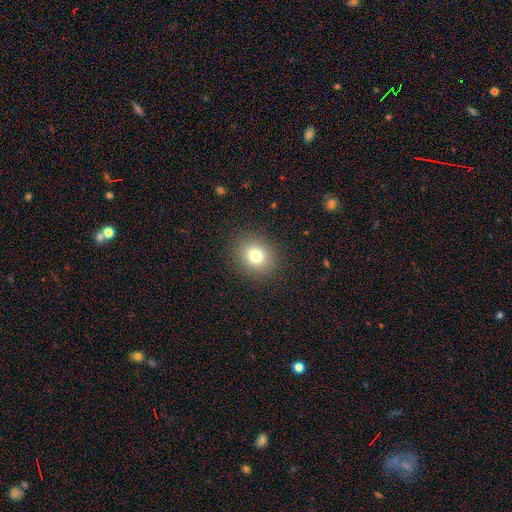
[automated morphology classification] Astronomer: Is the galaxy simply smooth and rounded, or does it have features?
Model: smooth — 78%.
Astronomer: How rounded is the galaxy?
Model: round — 73%.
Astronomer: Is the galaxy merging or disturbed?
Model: none — 89%.